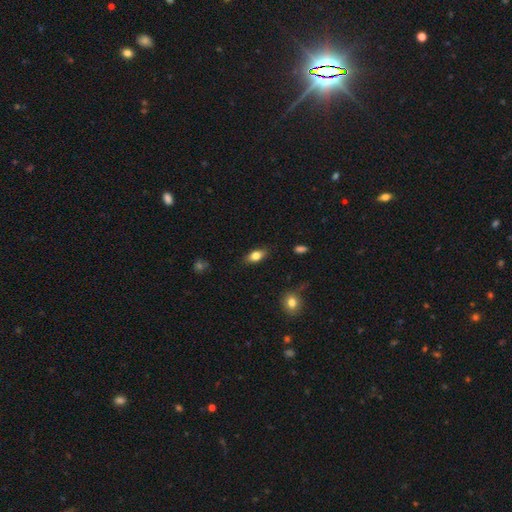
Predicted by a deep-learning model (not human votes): Smooth or featured? Predicted: smooth (p=0.77). How rounded? Predicted: in between (p=0.84). Merging? Predicted: none (p=0.85).